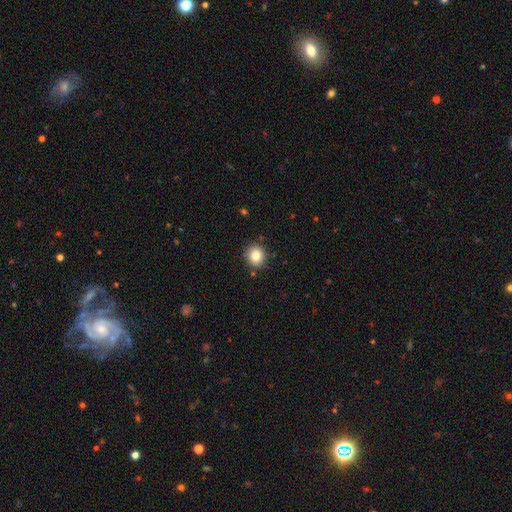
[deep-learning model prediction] This is clearly a smooth galaxy (83%). How rounded: clearly round (85%). Merging: clearly none (89%).